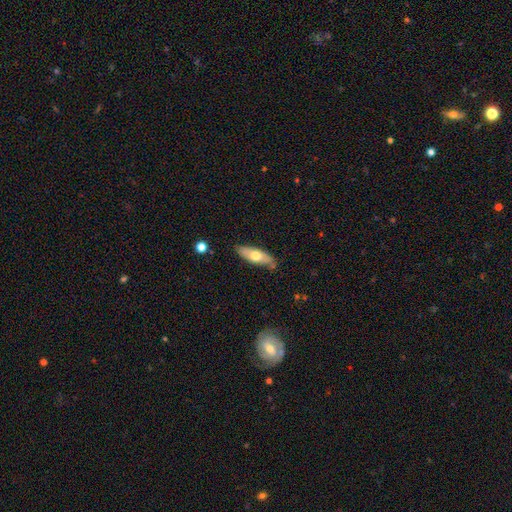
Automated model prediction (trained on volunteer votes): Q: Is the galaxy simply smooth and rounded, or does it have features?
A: smooth — 58%.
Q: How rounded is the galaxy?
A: in between — 58%.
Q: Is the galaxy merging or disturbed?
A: none — 79%.